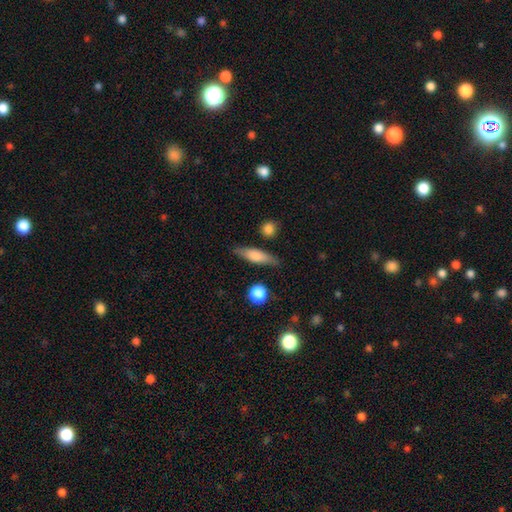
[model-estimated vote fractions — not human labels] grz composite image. It shows a smooth galaxy with no disk features (66%) that is cigar-shaped (62%). Merging: none (81%).